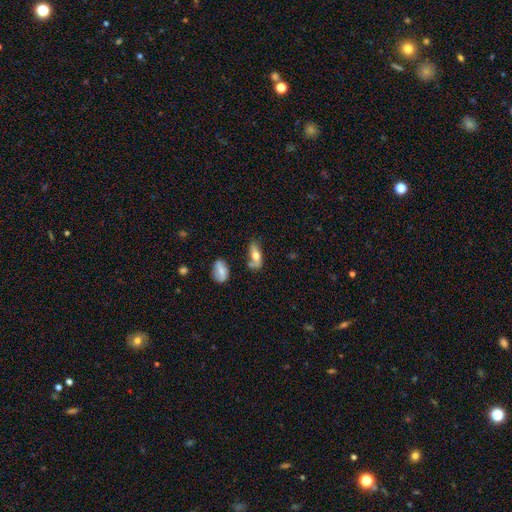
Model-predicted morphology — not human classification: Smooth or featured? smooth (67%)
How rounded? in between (76%)
Merging? none (52%)